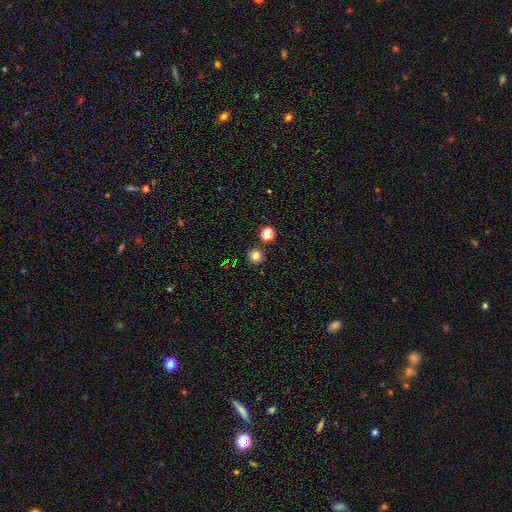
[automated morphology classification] Smooth or featured? smooth (76%)
How rounded? round (95%)
Merging? none (88%)